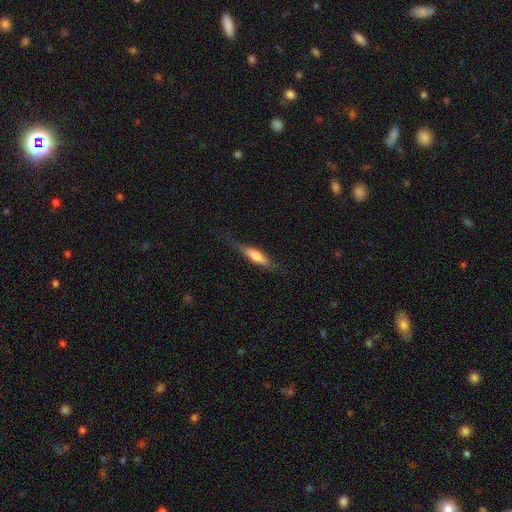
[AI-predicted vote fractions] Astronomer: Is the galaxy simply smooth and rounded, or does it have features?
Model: smooth — 63%.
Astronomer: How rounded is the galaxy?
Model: cigar-shaped — 72%.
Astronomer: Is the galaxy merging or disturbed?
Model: none — 76%.